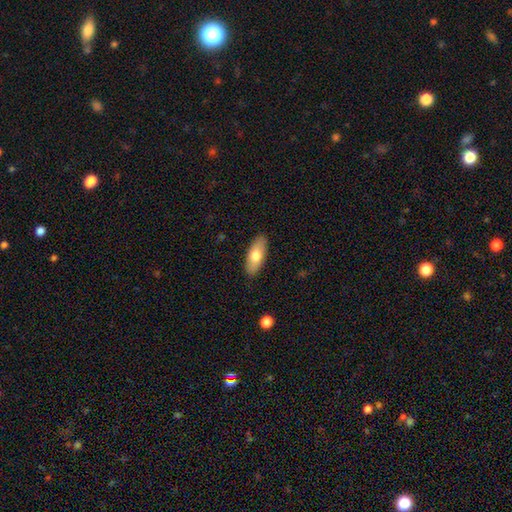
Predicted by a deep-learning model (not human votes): smooth 72%, featured or disk 22%, star or artifact 6%. Down the decision tree: how rounded — in between (81%); merging — none (88%).